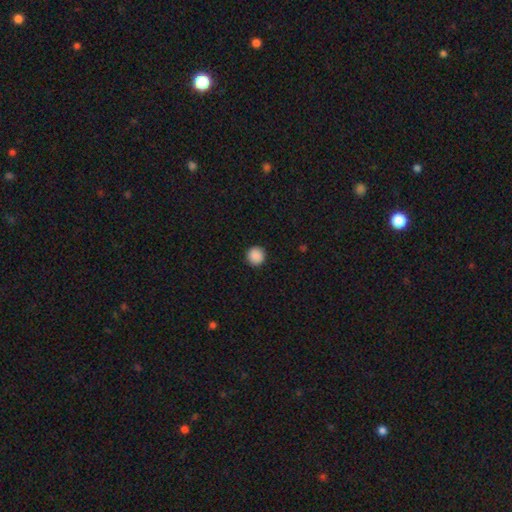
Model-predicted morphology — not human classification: Smooth or featured?
  - smooth: 89% *
  - star or artifact: 9%
  - featured or disk: 2%
How rounded?
  - round: 96% *
  - in between: 3%
  - cigar-shaped: 1%
Merging?
  - none: 93% *
  - minor disturbance: 5%
  - major disturbance: 2%
  - merger: 1%